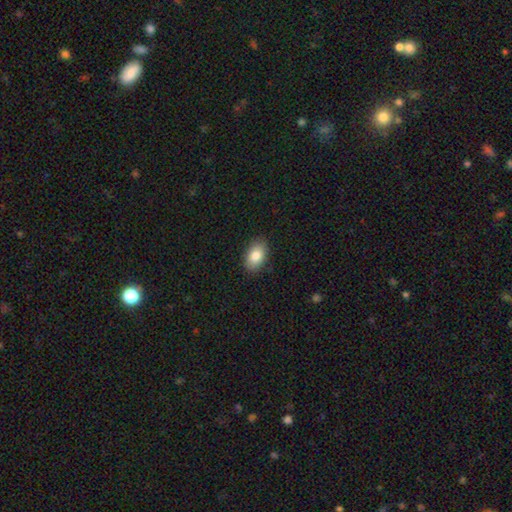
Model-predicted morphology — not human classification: This appears to be a smooth galaxy with no disk features (84%) that is in between round and cigar-shaped (91%). Merging: none (89%).